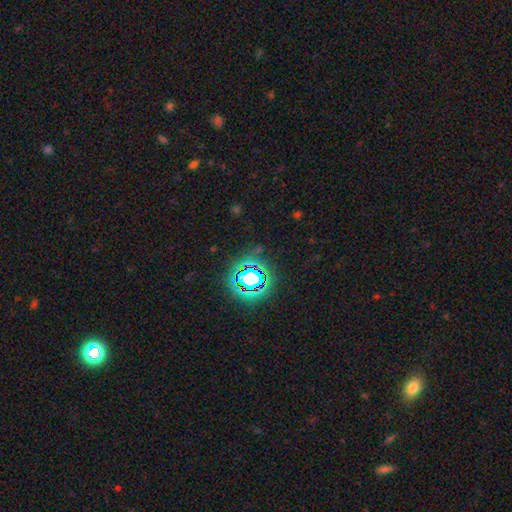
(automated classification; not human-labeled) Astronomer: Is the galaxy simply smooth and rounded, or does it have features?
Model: star or artifact — 76%.